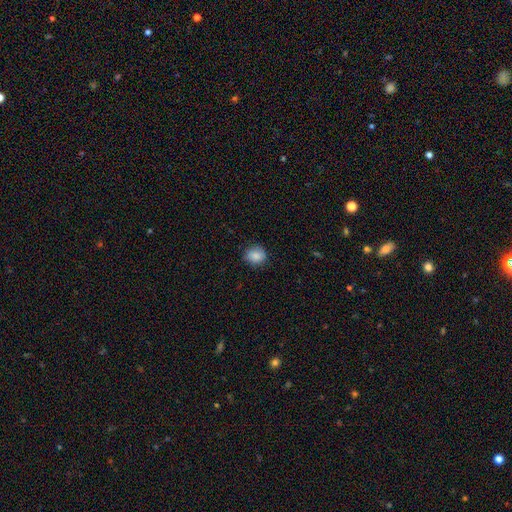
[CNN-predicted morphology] Smooth or featured: smooth — 86% (star or artifact — 9%)
How rounded: round — 72% (in between — 27%)
Merging: none — 81% (minor disturbance — 15%)